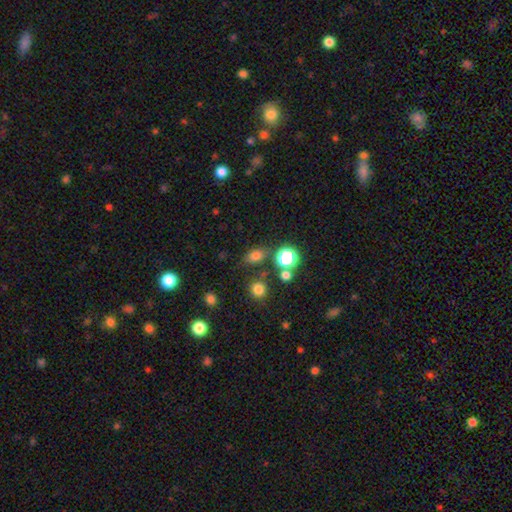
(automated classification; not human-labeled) Morphology: type=smooth (73%); roundness=in between (66%); merging=none (75%).